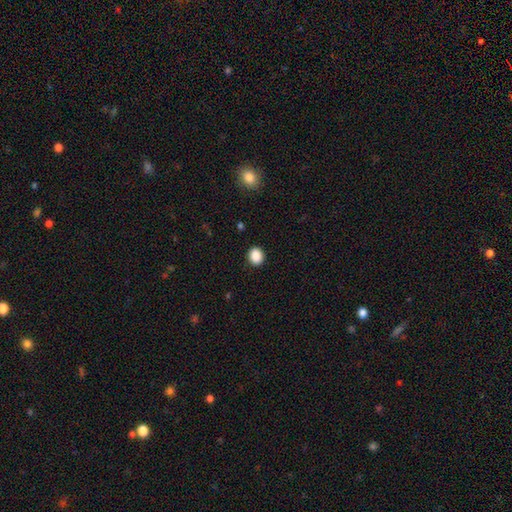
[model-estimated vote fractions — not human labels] Morphology: type=smooth (89%); roundness=round (60%); merging=none (90%).